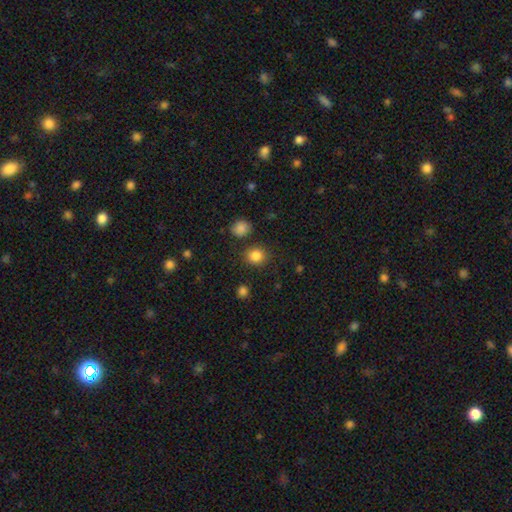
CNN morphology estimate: type=smooth (85%); roundness=round (82%); merging=none (84%).